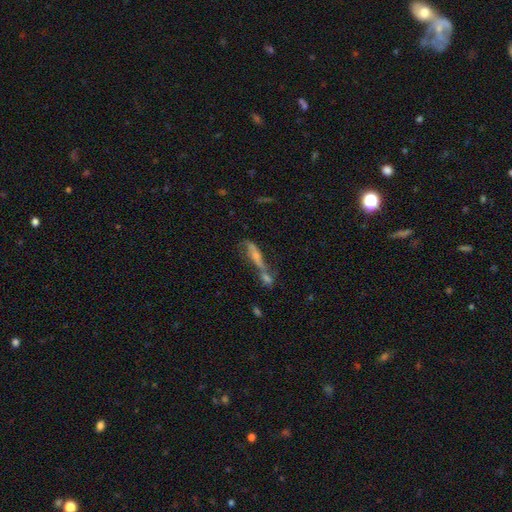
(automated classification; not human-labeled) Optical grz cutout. It shows a featured or disk galaxy (53%). Merging: merger (52%).